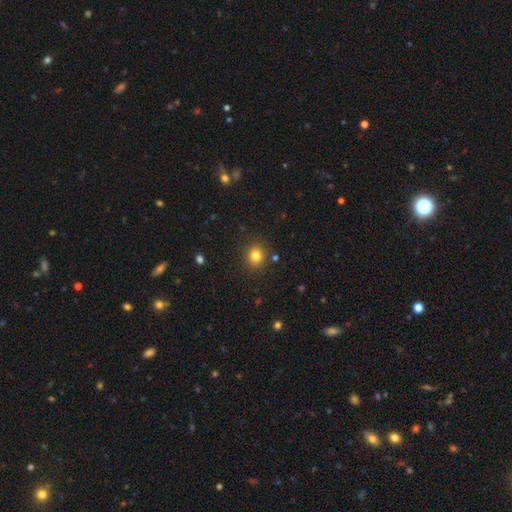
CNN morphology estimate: This appears to be a smooth galaxy with no disk features (81%) that is round (82%). Merging: none (88%).